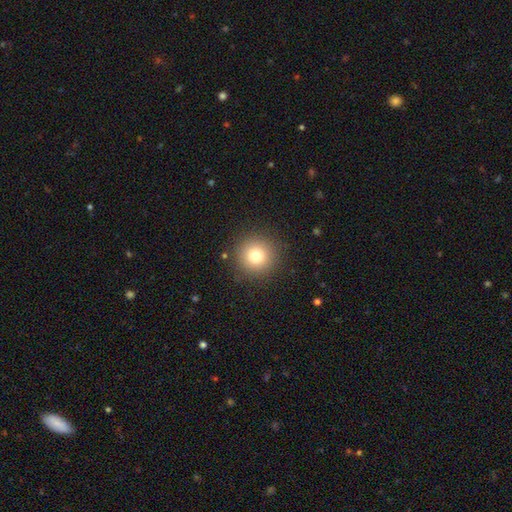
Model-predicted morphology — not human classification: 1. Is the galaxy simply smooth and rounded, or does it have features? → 78% smooth, 12% star or artifact, 9% featured or disk.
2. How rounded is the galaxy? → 95% round, 4% in between, 1% cigar-shaped.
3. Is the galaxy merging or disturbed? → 89% none, 7% minor disturbance, 3% major disturbance, 1% merger.